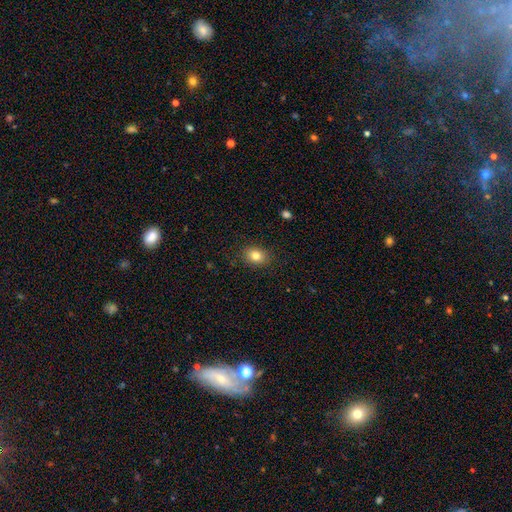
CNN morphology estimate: Smooth or featured? Predicted: smooth (p=0.82). How rounded? Predicted: in between (p=0.63). Merging? Predicted: none (p=0.88).